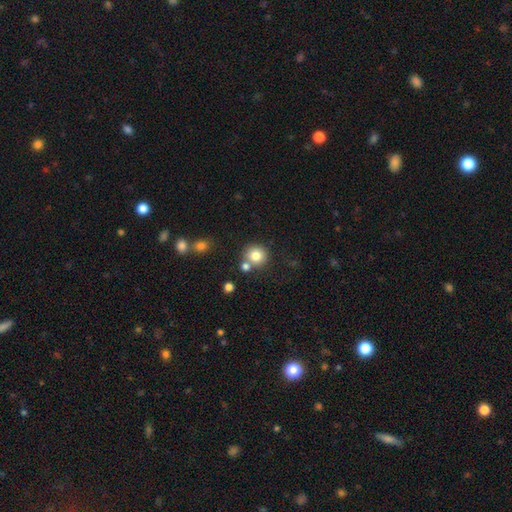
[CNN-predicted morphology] Overall: smooth (81%). How rounded: round (91%). Merging: none (69%).